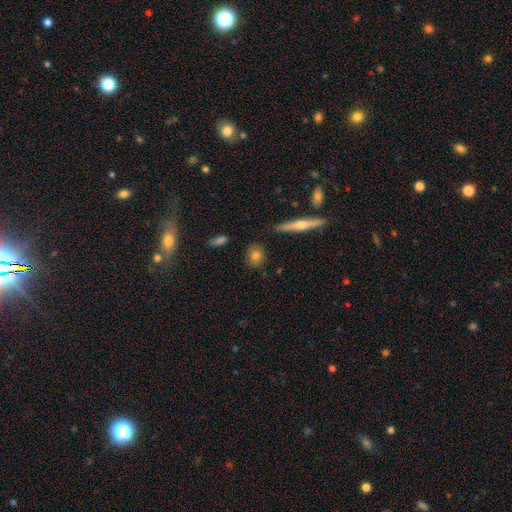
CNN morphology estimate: Smooth or featured? Predicted: smooth (p=0.75). How rounded? Predicted: round (p=0.61). Merging? Predicted: none (p=0.84).